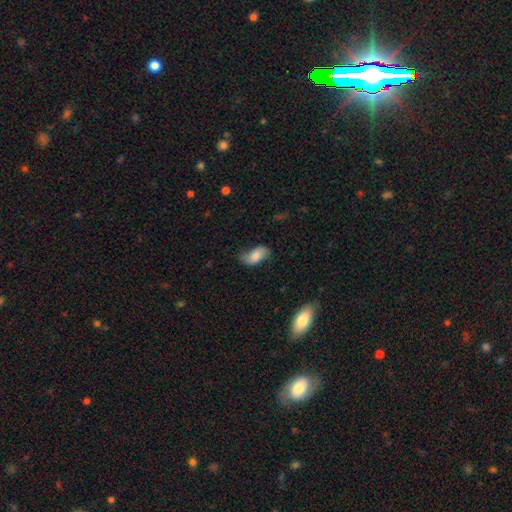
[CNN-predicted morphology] The model was most divided on "merging": none: 67%, minor disturbance: 26%, major disturbance: 6%, merger: 2%. More confident: how rounded — in between (93%); smooth or featured — smooth (72%).